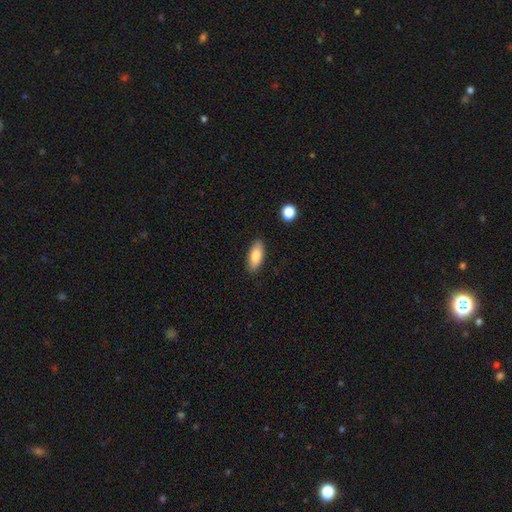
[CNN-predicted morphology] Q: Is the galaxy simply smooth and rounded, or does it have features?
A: smooth — 82%.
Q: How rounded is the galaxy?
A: in between — 82%.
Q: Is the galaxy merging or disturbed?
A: none — 87%.